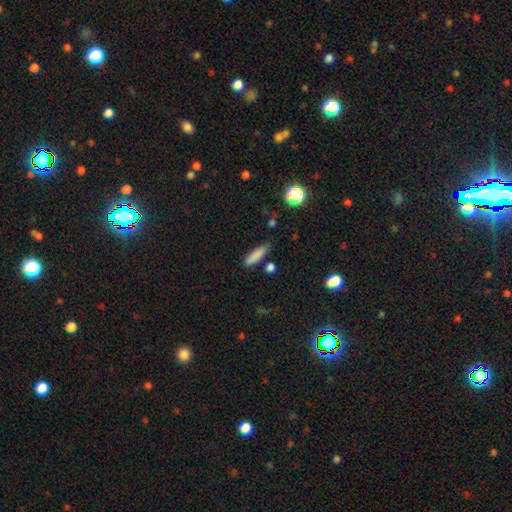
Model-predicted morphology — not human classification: A smooth galaxy with no disk features (84%) that is cigar-shaped (65%).

Vote fractions:
- Smooth or featured? smooth: 84% / star or artifact: 9% / featured or disk: 8%
- How rounded? cigar-shaped: 65% / in between: 33% / round: 2%
- Merging? none: 72% / minor disturbance: 19% / merger: 5% / major disturbance: 4%